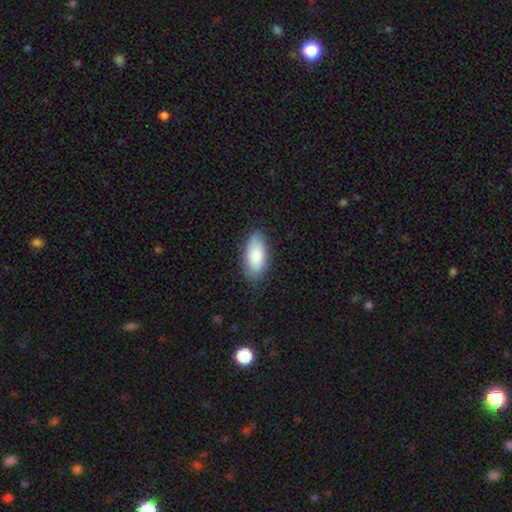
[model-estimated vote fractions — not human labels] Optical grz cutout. It shows a smooth galaxy with no disk features (86%) that is in between round and cigar-shaped (91%). Merging: none (79%).